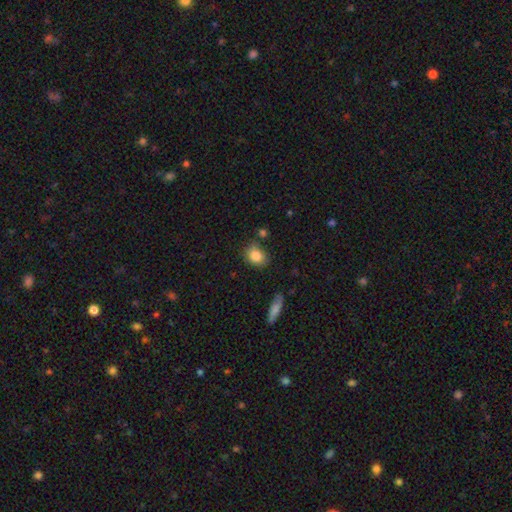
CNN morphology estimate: Smooth or featured?
  - smooth: 84% *
  - star or artifact: 9%
  - featured or disk: 7%
How rounded?
  - in between: 53% *
  - round: 45%
  - cigar-shaped: 2%
Merging?
  - none: 70% *
  - minor disturbance: 20%
  - merger: 6%
  - major disturbance: 5%